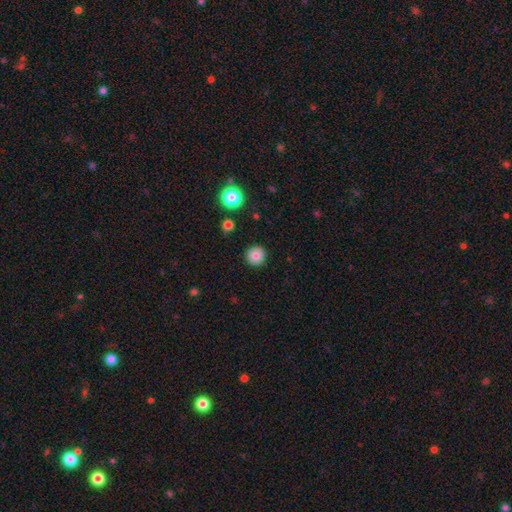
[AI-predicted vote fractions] A smooth galaxy with no disk features (82%) that is round (95%). Merging: none (92%).